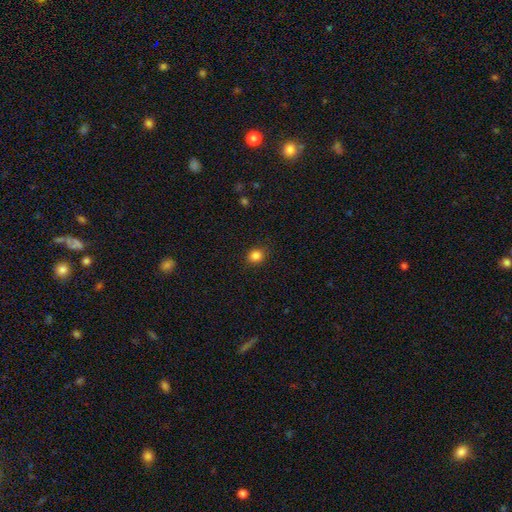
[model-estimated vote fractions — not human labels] Smooth or featured?
  - smooth: 84% *
  - star or artifact: 12%
  - featured or disk: 4%
How rounded?
  - round: 74% *
  - in between: 25%
  - cigar-shaped: 1%
Merging?
  - none: 88% *
  - minor disturbance: 8%
  - major disturbance: 2%
  - merger: 1%